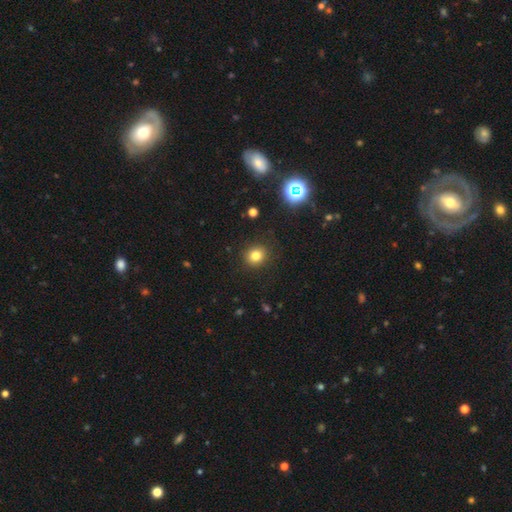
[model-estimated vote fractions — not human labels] This is likely a smooth galaxy (79%). How rounded: likely round (79%). Merging: clearly none (89%).